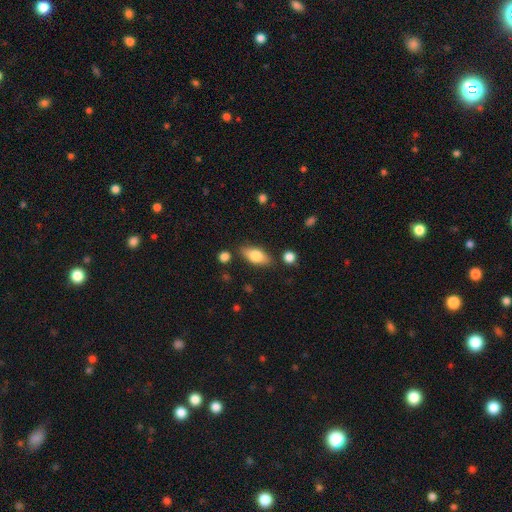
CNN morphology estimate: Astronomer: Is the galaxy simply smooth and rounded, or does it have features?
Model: smooth — 71%.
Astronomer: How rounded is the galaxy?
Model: in between — 81%.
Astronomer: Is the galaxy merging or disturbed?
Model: none — 81%.